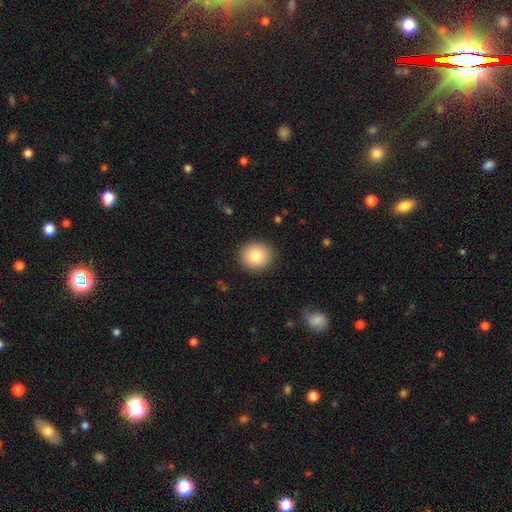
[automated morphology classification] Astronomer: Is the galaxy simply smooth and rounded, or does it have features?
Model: smooth — 84%.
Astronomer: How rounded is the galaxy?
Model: round — 82%.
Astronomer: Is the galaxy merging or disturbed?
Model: none — 89%.